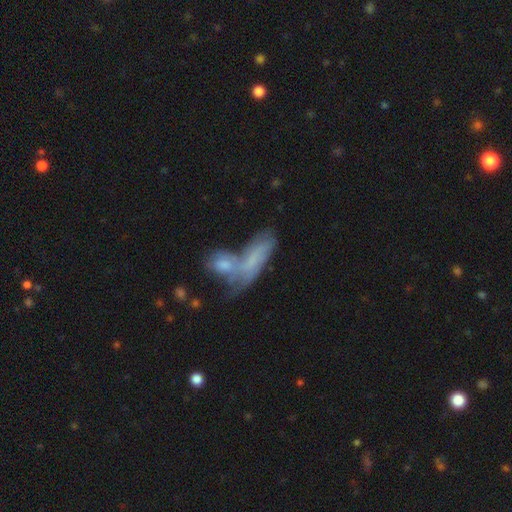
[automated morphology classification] Smooth or featured? Predicted: smooth (p=0.58). How rounded? Predicted: in between (p=0.63). Merging? Predicted: merger (p=0.60).